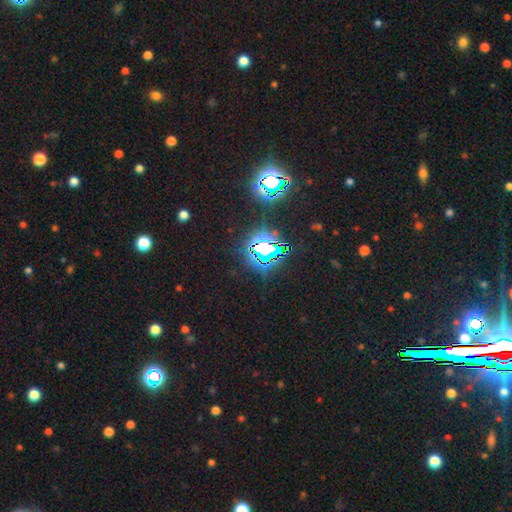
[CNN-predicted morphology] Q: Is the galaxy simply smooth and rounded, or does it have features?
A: star or artifact — 79%.